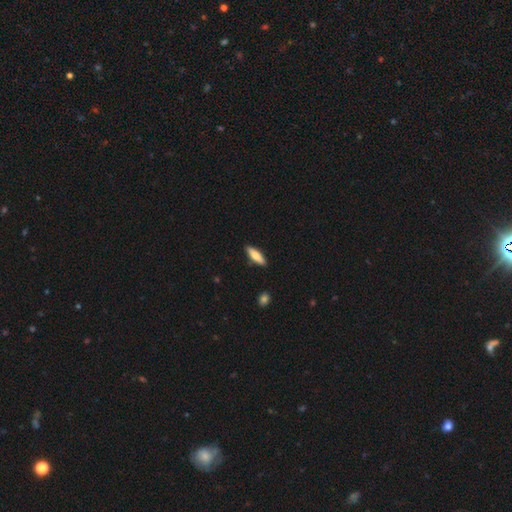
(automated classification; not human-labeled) Smooth or featured? smooth (68%)
How rounded? cigar-shaped (55%)
Merging? none (89%)